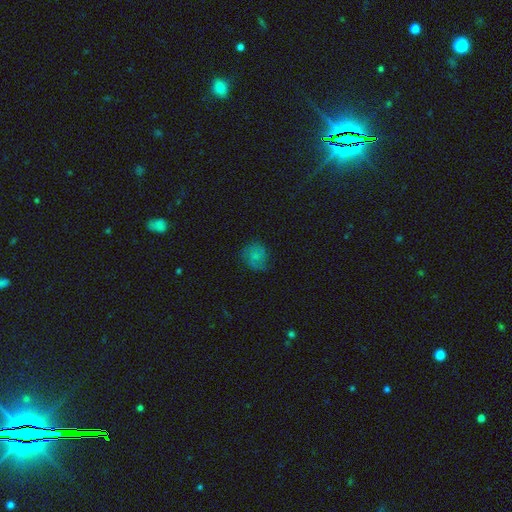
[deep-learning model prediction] smooth_or_featured: smooth (p=0.67) [alt: featured or disk p=0.20]
how_rounded: round (p=0.76) [alt: in between p=0.23]
merging: none (p=0.64) [alt: minor disturbance p=0.25]